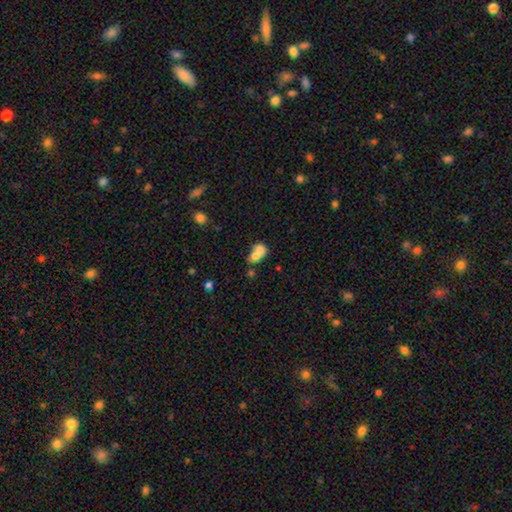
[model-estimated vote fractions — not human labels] A smooth galaxy with no disk features (69%) that is in between round and cigar-shaped (53%). Merging: merger (72%).